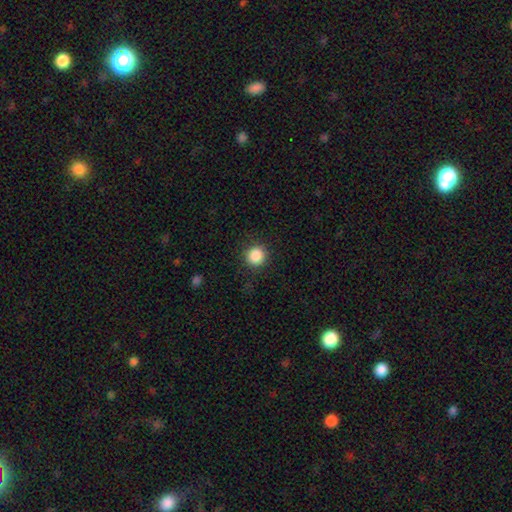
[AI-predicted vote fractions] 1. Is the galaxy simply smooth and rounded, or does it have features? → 87% smooth, 10% star or artifact, 3% featured or disk.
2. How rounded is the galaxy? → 94% round, 5% in between, 1% cigar-shaped.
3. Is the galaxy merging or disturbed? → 90% none, 7% minor disturbance, 3% major disturbance, 1% merger.